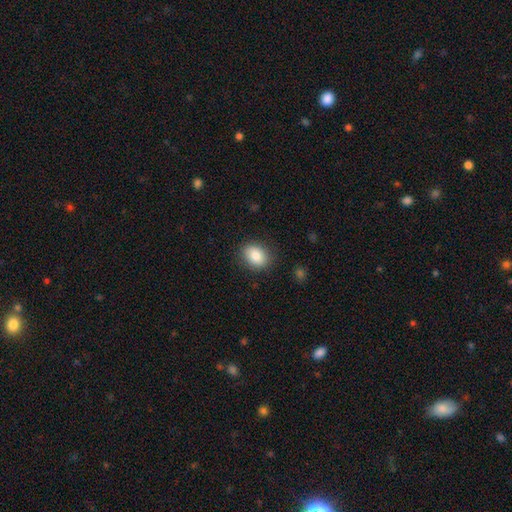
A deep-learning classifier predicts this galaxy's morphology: Smooth or featured? smooth (85%)
How rounded? in between (65%)
Merging? none (86%)